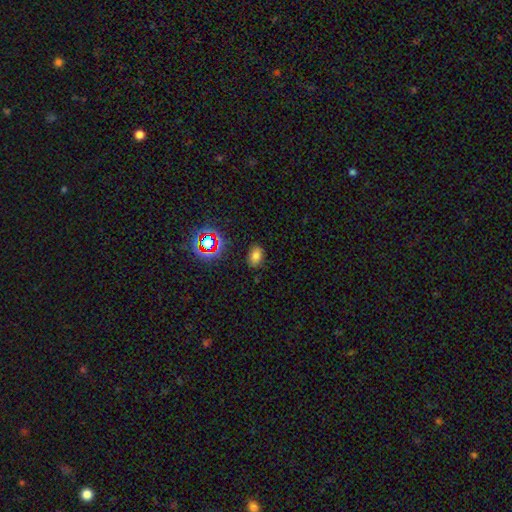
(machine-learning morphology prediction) A smooth galaxy with no disk features (72%) that is in between round and cigar-shaped (81%). Merging: none (84%).